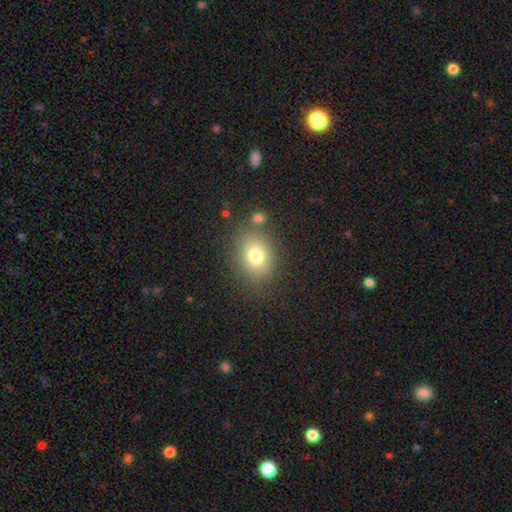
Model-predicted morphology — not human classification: This is likely a smooth galaxy (77%). How rounded: possibly in between (51%). Merging: likely none (75%).